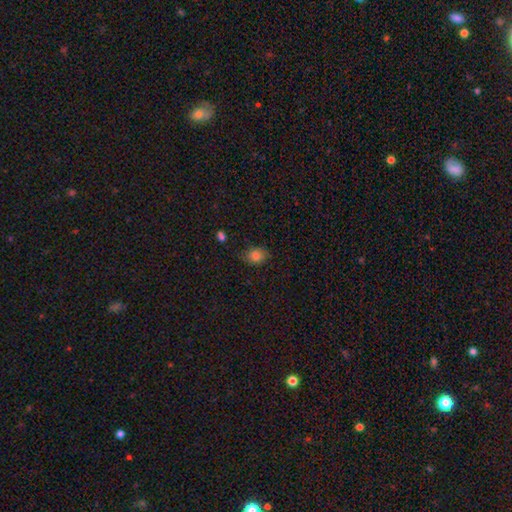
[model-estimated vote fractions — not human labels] Smooth or featured? smooth (82%)
How rounded? in between (53%)
Merging? none (74%)